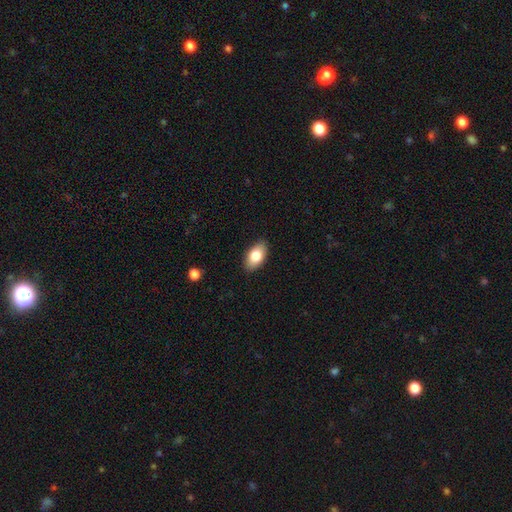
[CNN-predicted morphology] Q: Smooth or featured?
A: smooth (80%); runner-up: featured or disk (14%)
Q: How rounded?
A: in between (93%); runner-up: round (5%)
Q: Merging?
A: none (88%); runner-up: minor disturbance (9%)